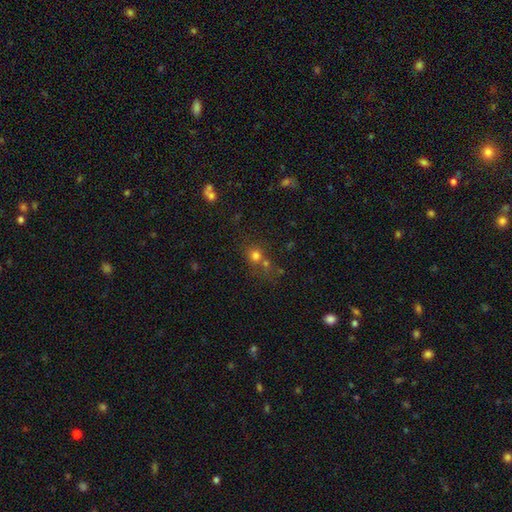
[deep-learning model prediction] Overall: smooth (71%). How rounded: round (85%). Merging: none (49%; merger 38%).